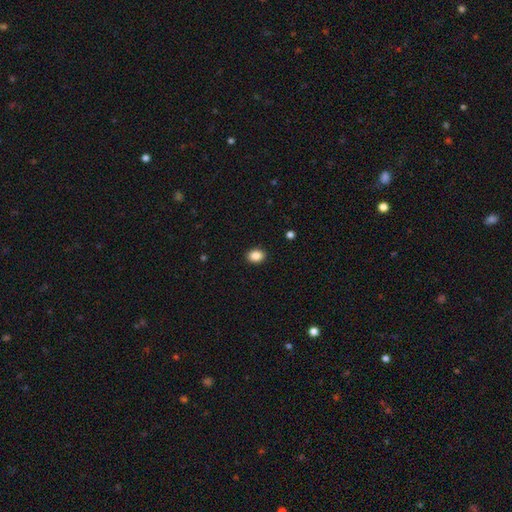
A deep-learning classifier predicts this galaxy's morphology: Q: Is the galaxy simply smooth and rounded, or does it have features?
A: smooth — 87%.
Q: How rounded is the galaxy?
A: in between — 57%.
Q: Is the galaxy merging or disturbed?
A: none — 91%.